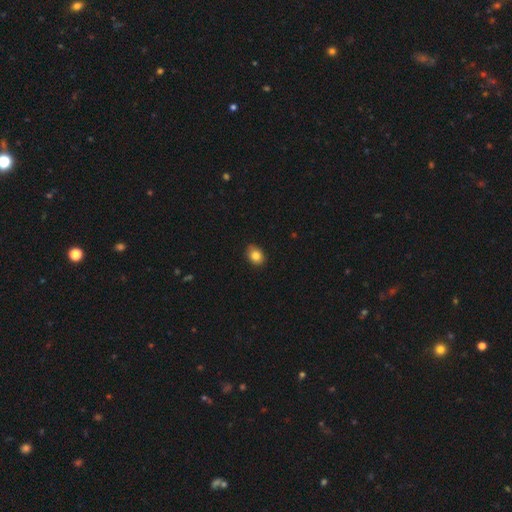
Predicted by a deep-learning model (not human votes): Overall: smooth (84%). How rounded: in between (60%; round 39%). Merging: none (87%).